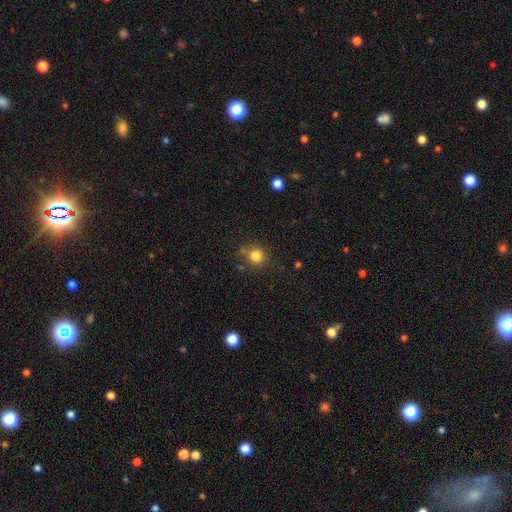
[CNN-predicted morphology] A smooth galaxy with no disk features (82%) that is round (90%). Merging: none (78%).